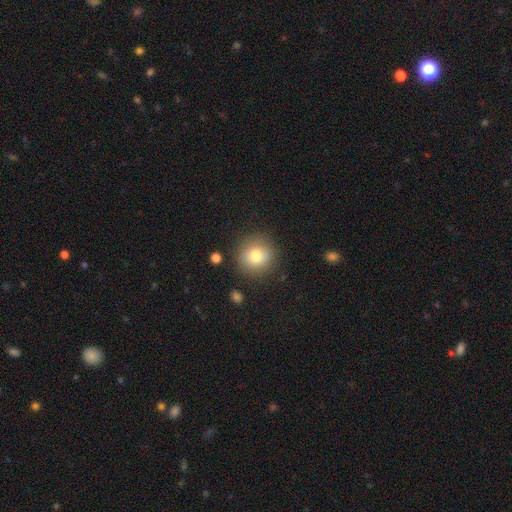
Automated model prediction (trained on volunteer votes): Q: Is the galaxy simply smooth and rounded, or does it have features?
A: smooth — 78%.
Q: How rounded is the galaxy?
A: round — 90%.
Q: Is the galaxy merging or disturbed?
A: none — 85%.